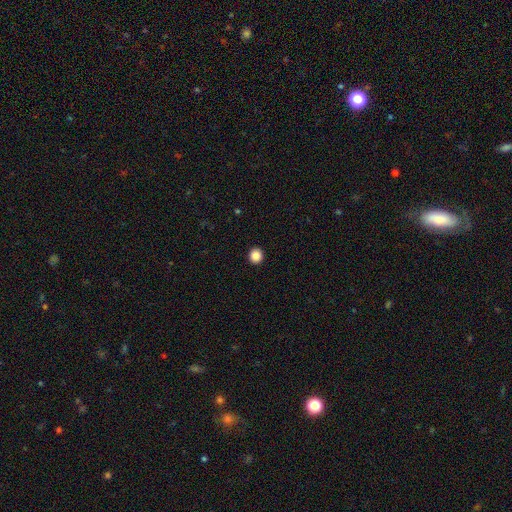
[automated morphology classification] Smooth or featured: smooth — 87% (star or artifact — 10%)
How rounded: round — 93% (in between — 6%)
Merging: none — 94% (minor disturbance — 4%)